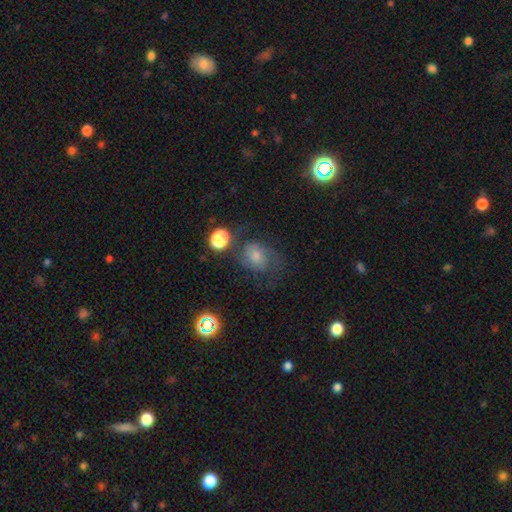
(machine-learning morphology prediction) Smooth or featured? Predicted: featured or disk (p=0.44). Merging? Predicted: none (p=0.58).